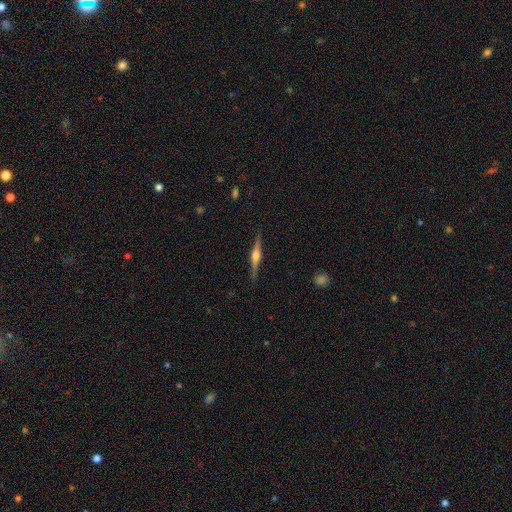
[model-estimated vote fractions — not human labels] A featured or disk galaxy (81%) viewed edge-on (98%) with a rounded central bulge (93%). Merging: none (90%).